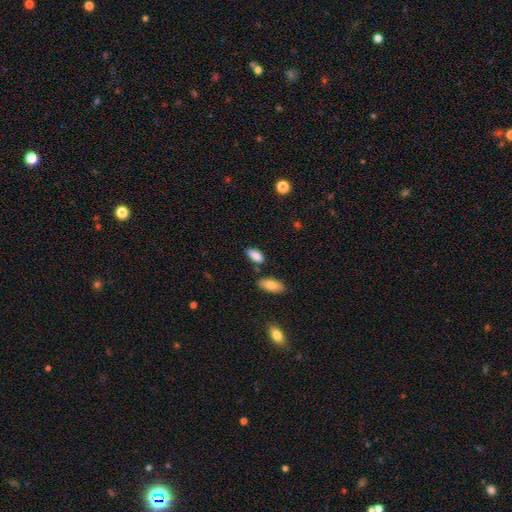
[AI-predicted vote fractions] Smooth or featured: smooth — 85% (featured or disk — 8%)
How rounded: in between — 85% (cigar-shaped — 12%)
Merging: none — 77% (minor disturbance — 12%)